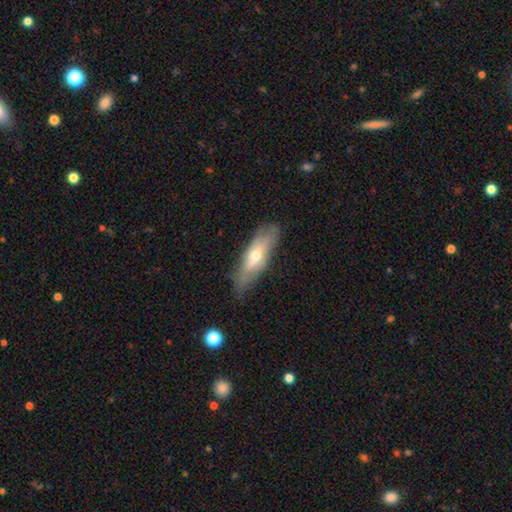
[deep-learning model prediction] This appears to be a smooth galaxy with no disk features (48%). Merging: none (71%).